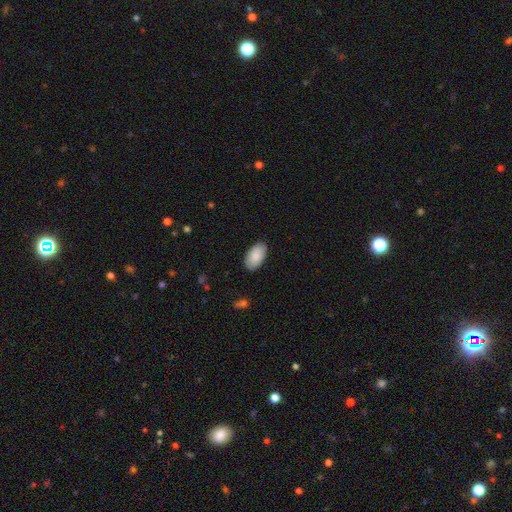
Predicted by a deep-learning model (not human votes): This appears to be a smooth galaxy with no disk features (89%) that is in between round and cigar-shaped (96%). Merging: none (87%).